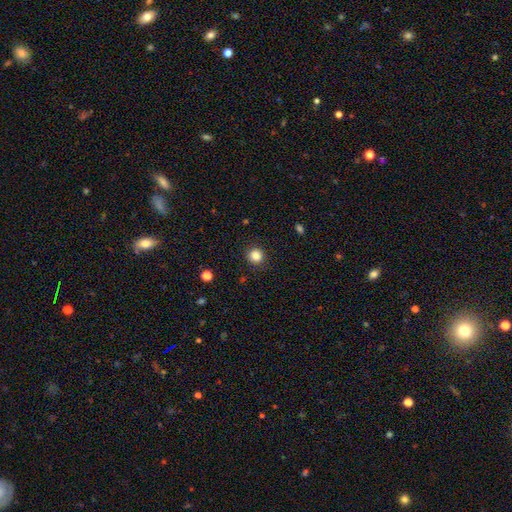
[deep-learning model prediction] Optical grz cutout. It shows a smooth galaxy with no disk features (84%) that is round (92%). Merging: none (91%).